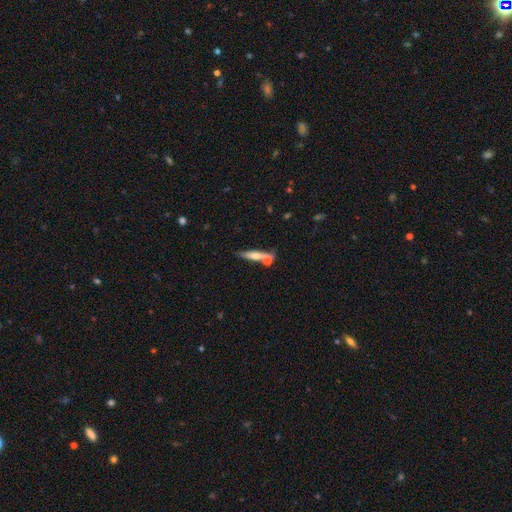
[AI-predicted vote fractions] Smooth or featured?
  - smooth: 56% *
  - featured or disk: 36%
  - star or artifact: 8%
How rounded?
  - cigar-shaped: 77% *
  - in between: 19%
  - round: 4%
Merging?
  - none: 54% *
  - merger: 26%
  - minor disturbance: 14%
  - major disturbance: 6%